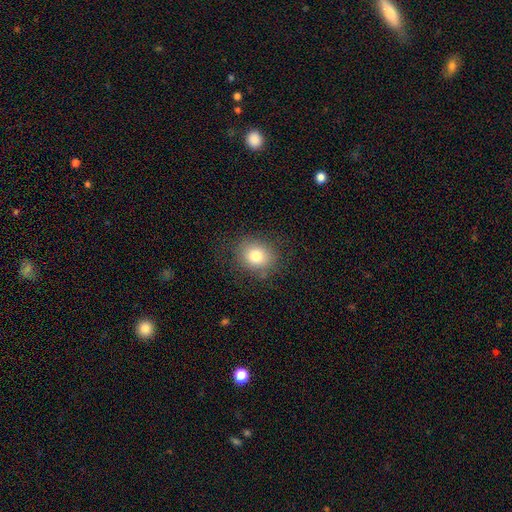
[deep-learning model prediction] This is likely a smooth galaxy (79%). How rounded: likely round (70%). Merging: clearly none (82%).